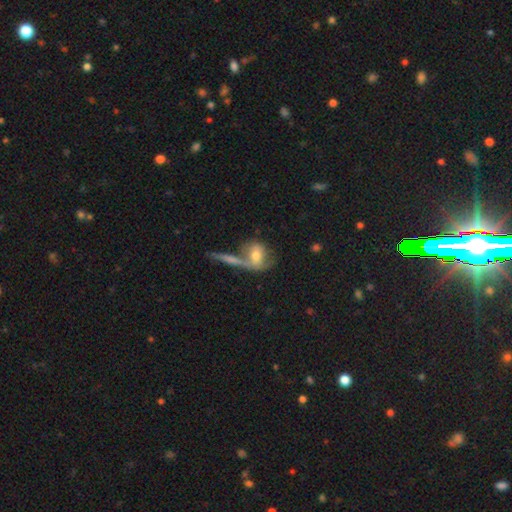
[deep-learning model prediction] Smooth or featured? Predicted: smooth (p=0.53). How rounded? Predicted: in between (p=0.47). Merging? Predicted: merger (p=0.38).